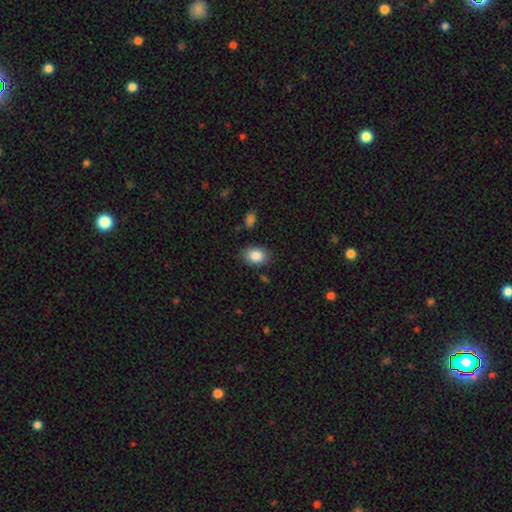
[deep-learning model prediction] A smooth galaxy with no disk features (86%) that is in between round and cigar-shaped (78%).

Vote fractions:
- Smooth or featured? smooth: 86% / star or artifact: 8% / featured or disk: 6%
- How rounded? in between: 78% / round: 21% / cigar-shaped: 1%
- Merging? none: 83% / minor disturbance: 12% / major disturbance: 3% / merger: 2%